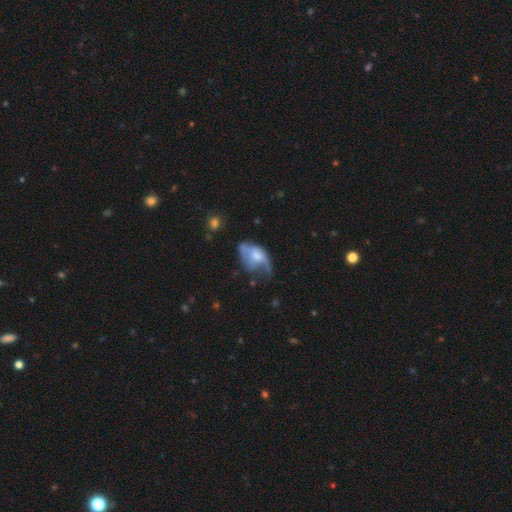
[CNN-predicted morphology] This is possibly a featured or disk galaxy (49%). Merging: marginally major disturbance (41%).